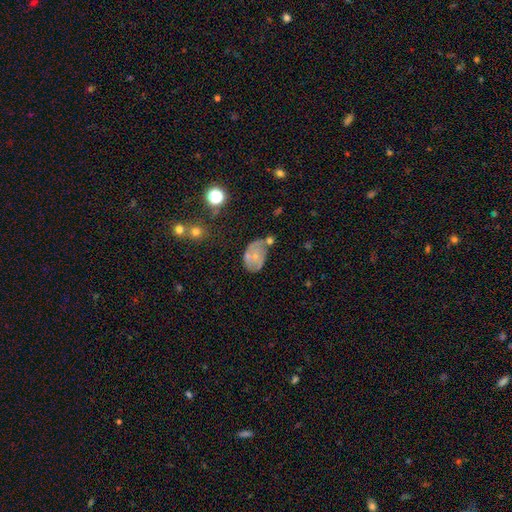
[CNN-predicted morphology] Smooth or featured? featured or disk (48%)
Merging? none (34%)